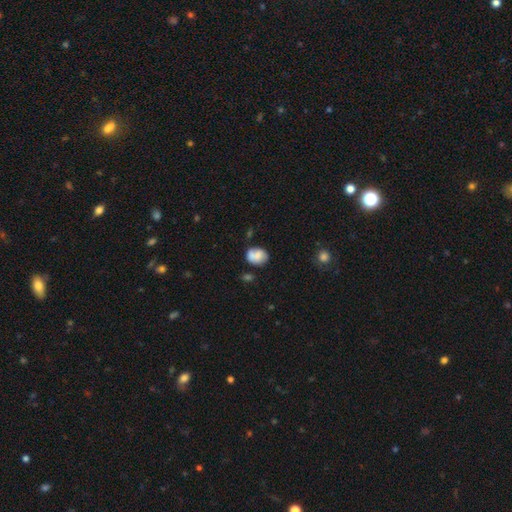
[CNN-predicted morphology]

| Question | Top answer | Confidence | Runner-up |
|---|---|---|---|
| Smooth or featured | smooth | 68% | featured or disk (23%) |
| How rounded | in between | 52% | round (47%) |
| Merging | none | 52% | minor disturbance (25%) |